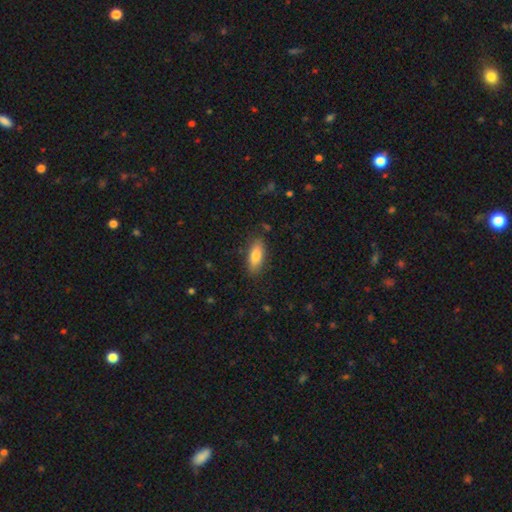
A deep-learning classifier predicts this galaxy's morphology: Smooth or featured: smooth — 80% (featured or disk — 14%)
How rounded: in between — 77% (cigar-shaped — 21%)
Merging: none — 83% (minor disturbance — 12%)